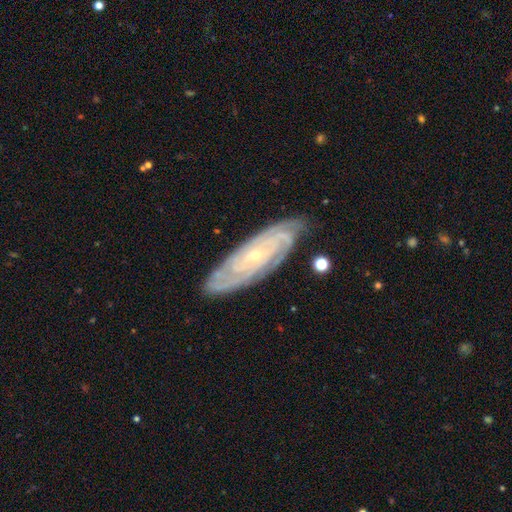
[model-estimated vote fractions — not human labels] A featured or disk galaxy (86%) with no bar (67%), tight (79%) spiral arms (97%) and a small central bulge (80%). Merging: none (81%).